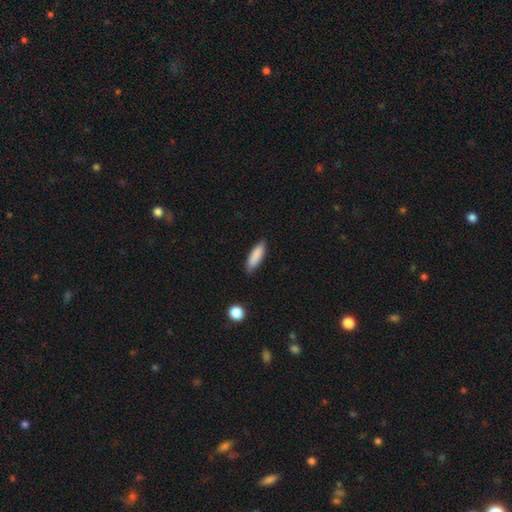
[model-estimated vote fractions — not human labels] Overall: smooth (88%). How rounded: cigar-shaped (52%; in between 47%). Merging: none (84%).